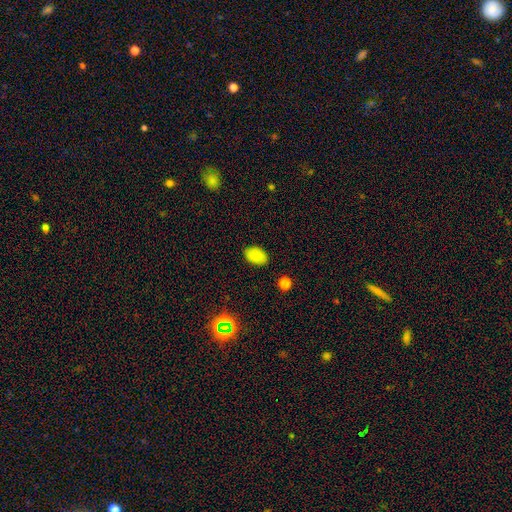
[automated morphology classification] Smooth or featured: smooth — 83% (star or artifact — 10%)
How rounded: in between — 88% (round — 11%)
Merging: none — 87% (minor disturbance — 10%)